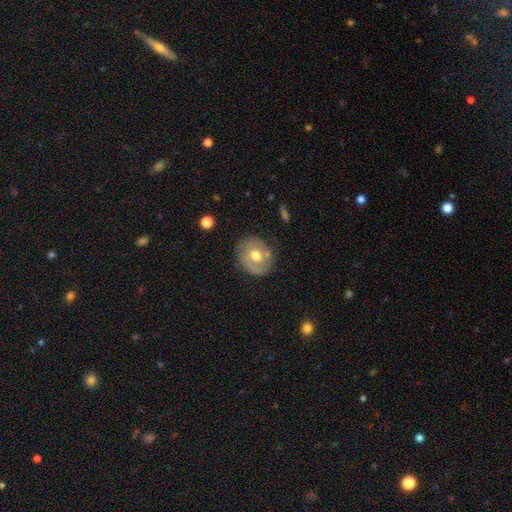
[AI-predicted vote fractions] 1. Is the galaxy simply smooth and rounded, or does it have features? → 50% smooth, 43% featured or disk, 7% star or artifact.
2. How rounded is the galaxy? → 71% round, 28% in between, 1% cigar-shaped.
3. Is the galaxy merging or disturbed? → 70% none, 19% minor disturbance, 7% major disturbance, 5% merger.